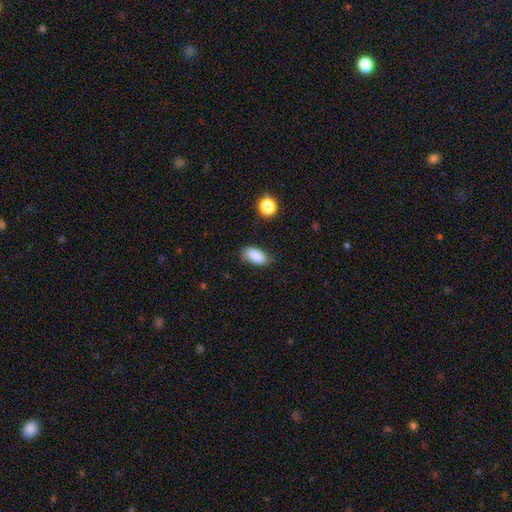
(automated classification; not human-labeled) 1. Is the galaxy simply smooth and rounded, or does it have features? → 87% smooth, 8% star or artifact, 5% featured or disk.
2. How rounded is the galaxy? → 90% in between, 5% cigar-shaped, 5% round.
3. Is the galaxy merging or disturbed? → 75% none, 19% minor disturbance, 4% major disturbance, 2% merger.